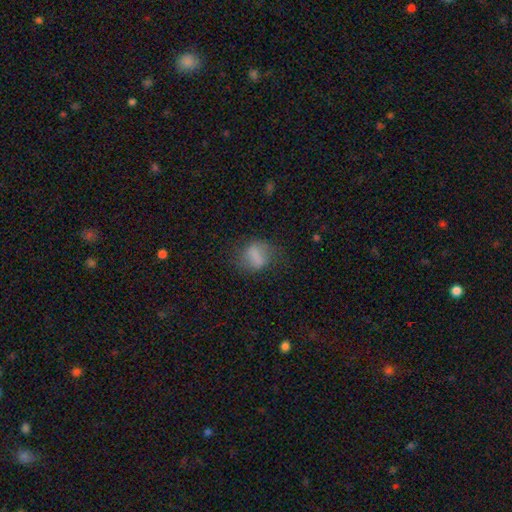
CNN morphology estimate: Q: Smooth or featured?
A: smooth (68%); runner-up: featured or disk (22%)
Q: How rounded?
A: in between (50%); runner-up: round (47%)
Q: Merging?
A: none (64%); runner-up: minor disturbance (21%)